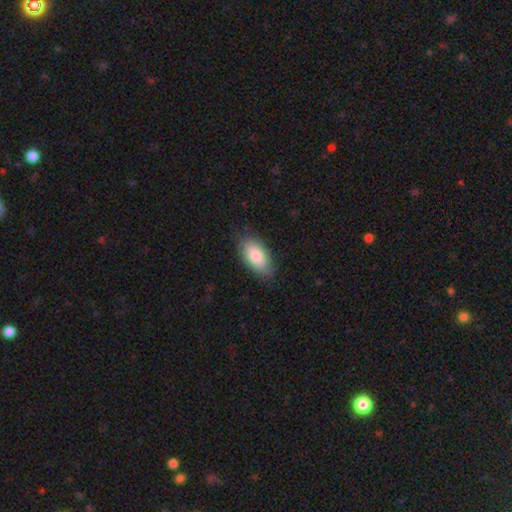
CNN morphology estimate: type=smooth (83%); roundness=in between (93%); merging=none (80%).